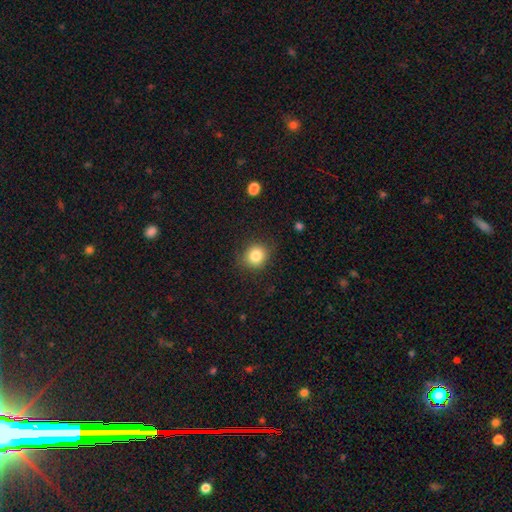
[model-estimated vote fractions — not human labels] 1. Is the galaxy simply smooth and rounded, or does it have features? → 83% smooth, 10% star or artifact, 7% featured or disk.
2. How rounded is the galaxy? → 79% round, 20% in between, 1% cigar-shaped.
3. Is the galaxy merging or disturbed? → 85% none, 11% minor disturbance, 3% major disturbance, 1% merger.